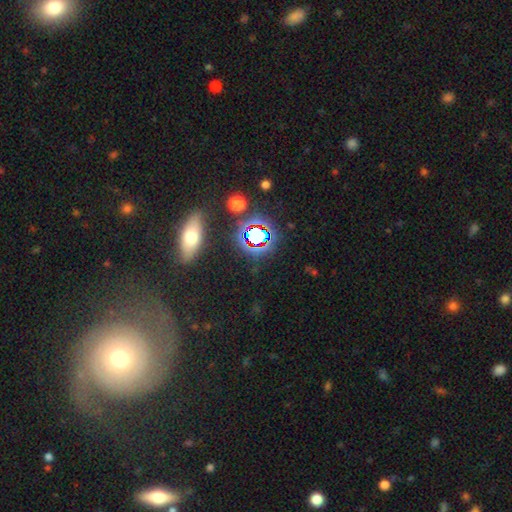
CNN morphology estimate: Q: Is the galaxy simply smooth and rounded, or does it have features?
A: featured or disk — 46%.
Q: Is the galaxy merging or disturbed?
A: none — 73%.